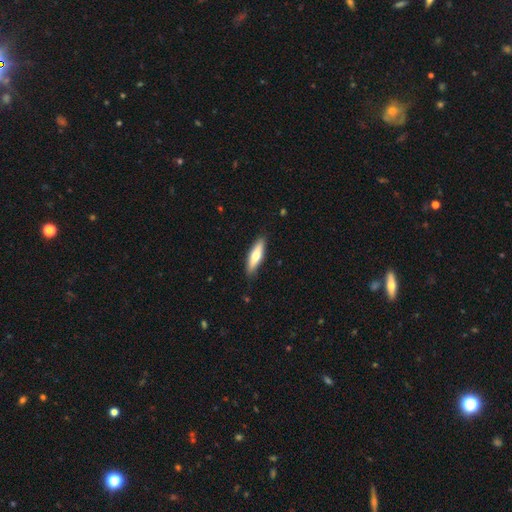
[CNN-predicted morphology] Smooth or featured? Predicted: smooth (p=0.61). How rounded? Predicted: cigar-shaped (p=0.64). Merging? Predicted: none (p=0.87).